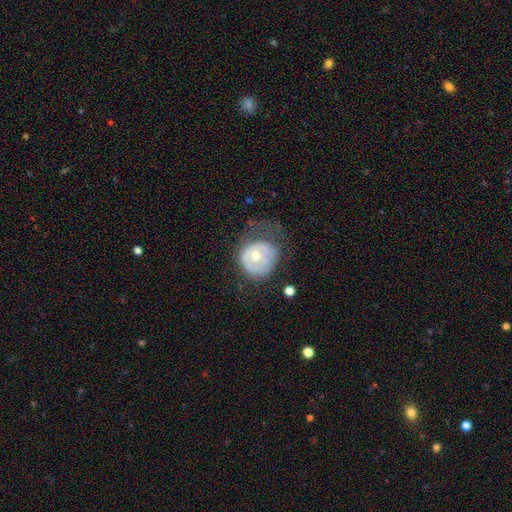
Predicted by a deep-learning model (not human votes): Smooth or featured?
  - featured or disk: 48% *
  - smooth: 44%
  - star or artifact: 7%
Merging?
  - none: 35% *
  - major disturbance: 33%
  - minor disturbance: 30%
  - merger: 2%